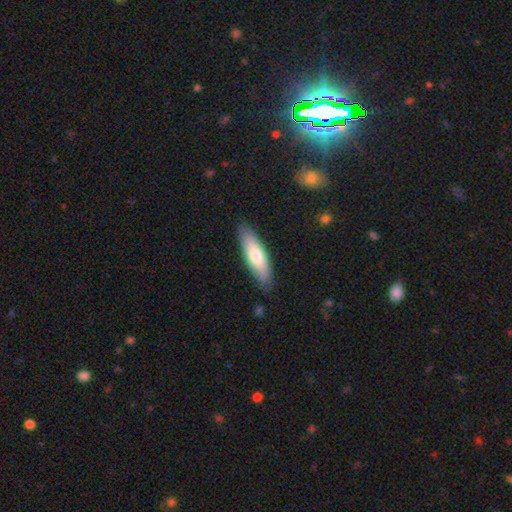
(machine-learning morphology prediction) type=smooth (68%); roundness=cigar-shaped (54%); merging=none (86%).